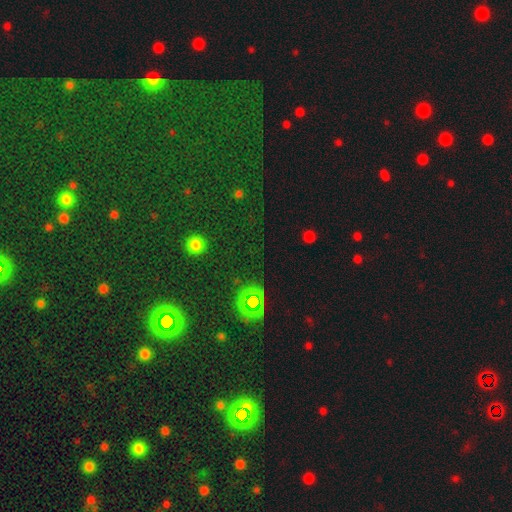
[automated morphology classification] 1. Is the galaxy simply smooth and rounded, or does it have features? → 56% star or artifact, 33% smooth, 11% featured or disk.